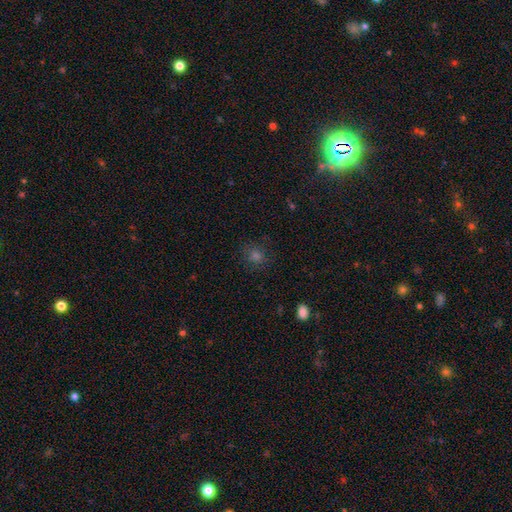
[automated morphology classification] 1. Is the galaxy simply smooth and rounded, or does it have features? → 63% smooth, 28% star or artifact, 9% featured or disk.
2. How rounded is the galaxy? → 85% round, 13% in between, 1% cigar-shaped.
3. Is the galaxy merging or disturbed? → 85% none, 10% minor disturbance, 4% major disturbance, 1% merger.